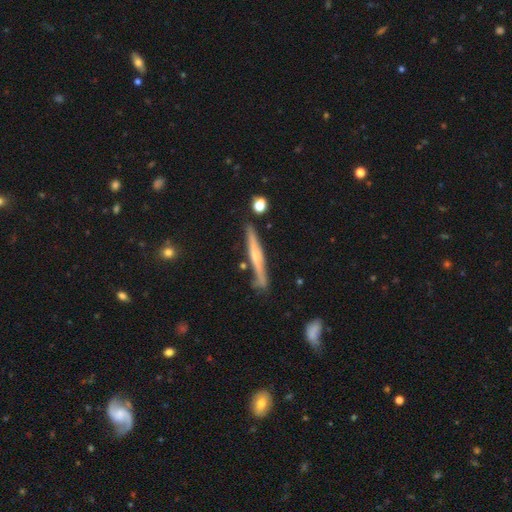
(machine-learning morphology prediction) smooth-or-featured: featured or disk: 63% | smooth: 31% | star or artifact: 6%
  disk-edge-on: yes: 96% | no: 4%
    edge-on-bulge: rounded: 61% | none: 27% | boxy: 12%
  merging: none: 81% | minor disturbance: 12% | merger: 4% | major disturbance: 2%